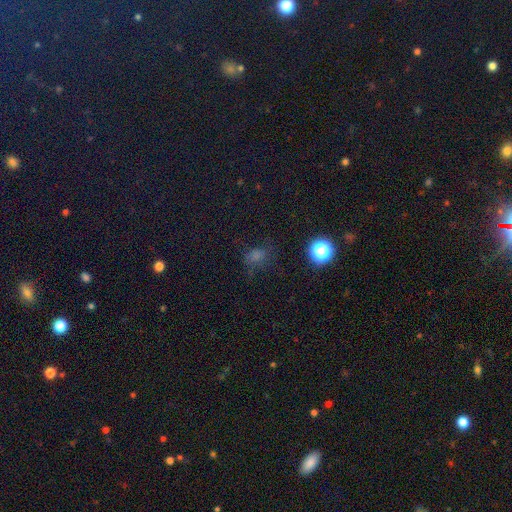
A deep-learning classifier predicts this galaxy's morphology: Q: Smooth or featured?
A: star or artifact (45%); runner-up: smooth (44%)